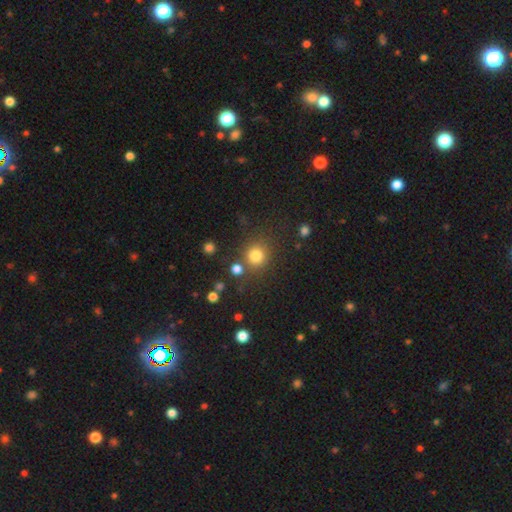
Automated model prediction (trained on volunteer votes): Smooth or featured? smooth (80%)
How rounded? round (90%)
Merging? none (77%)